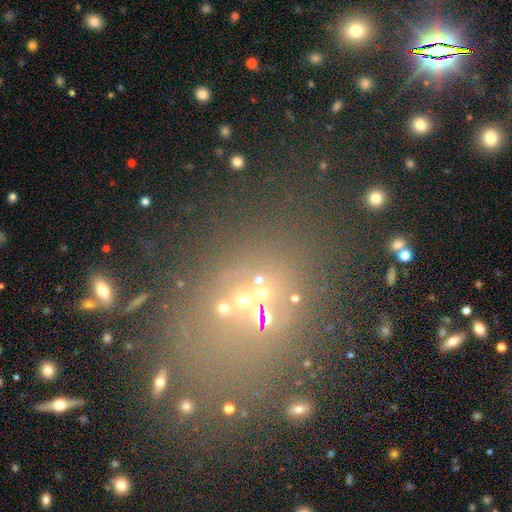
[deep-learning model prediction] Smooth or featured?
  - star or artifact: 57% *
  - smooth: 28%
  - featured or disk: 15%